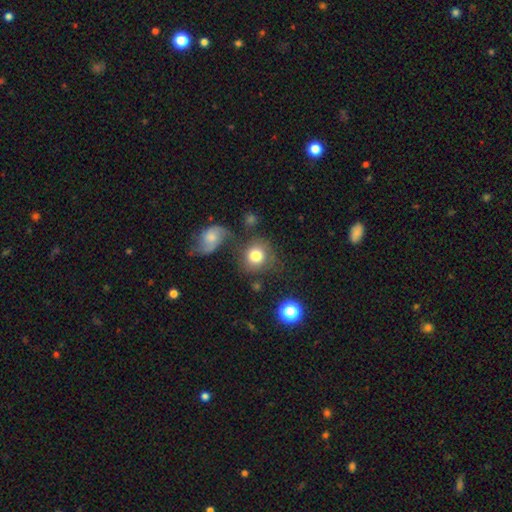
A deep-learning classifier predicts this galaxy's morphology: This is likely a smooth galaxy (79%). How rounded: clearly round (85%). Merging: likely none (63%).